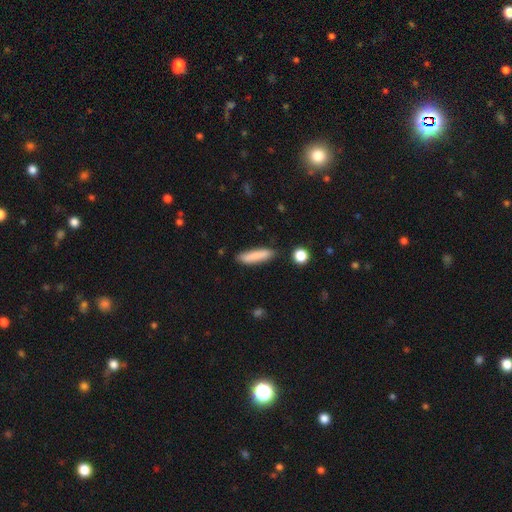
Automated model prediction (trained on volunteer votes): Overall: smooth (84%). How rounded: cigar-shaped (79%). Merging: none (83%).